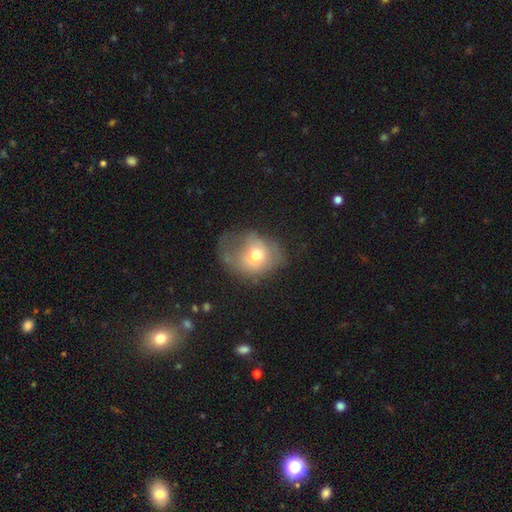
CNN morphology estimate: A smooth galaxy with no disk features (63%) that is round (51%).

Vote fractions:
- Smooth or featured? smooth: 63% / featured or disk: 27% / star or artifact: 10%
- How rounded? round: 51% / in between: 48% / cigar-shaped: 1%
- Merging? major disturbance: 44% / minor disturbance: 29% / none: 25% / merger: 3%